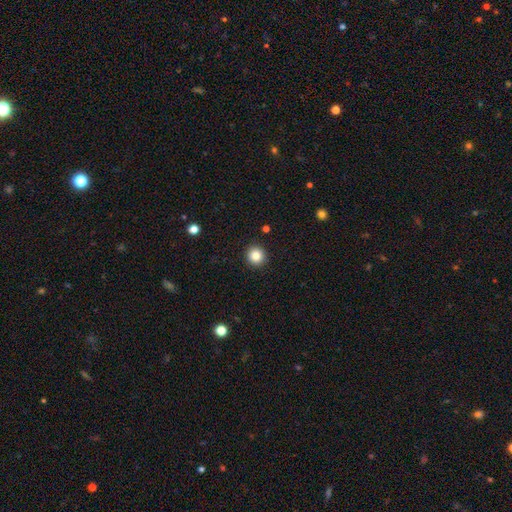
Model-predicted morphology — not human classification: smooth-or-featured: smooth: 85% | star or artifact: 10% | featured or disk: 5%
  how-rounded: round: 94% | in between: 5% | cigar-shaped: 1%
  merging: none: 92% | minor disturbance: 5% | major disturbance: 2% | merger: 1%